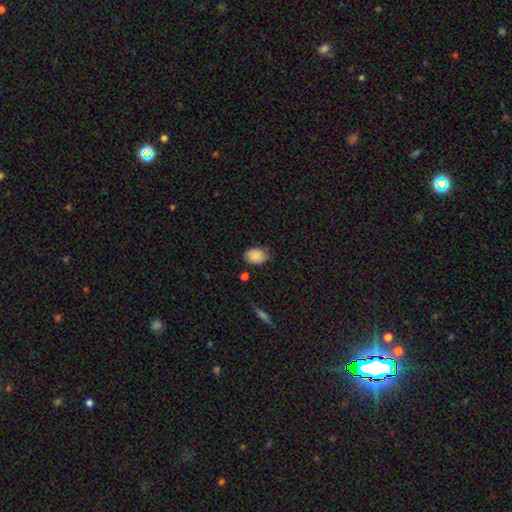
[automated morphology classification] This is clearly a smooth galaxy (85%). How rounded: likely in between (74%). Merging: likely none (75%).